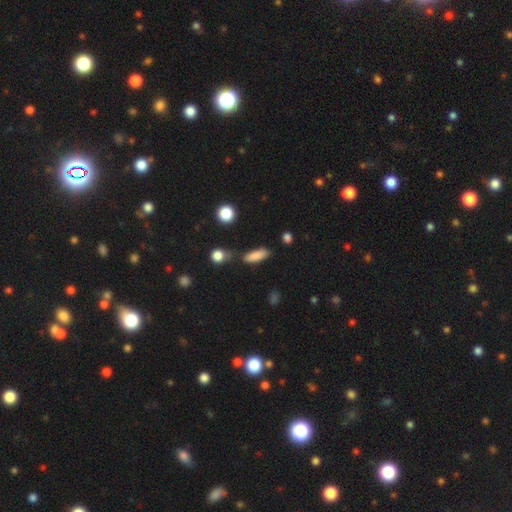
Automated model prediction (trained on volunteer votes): Overall: smooth (84%). How rounded: in between (53%; cigar-shaped 43%). Merging: none (69%).